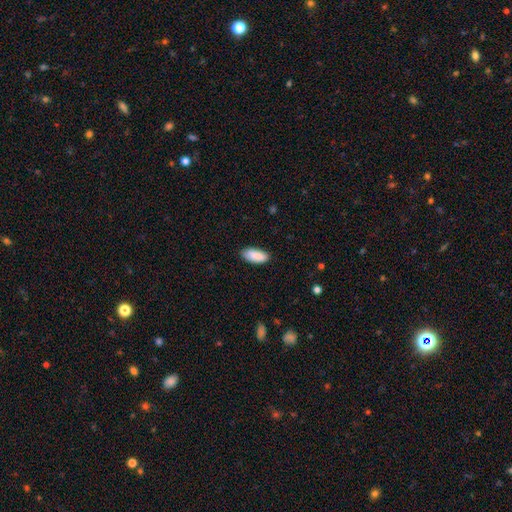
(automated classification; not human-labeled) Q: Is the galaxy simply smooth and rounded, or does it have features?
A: smooth — 90%.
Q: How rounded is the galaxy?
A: in between — 87%.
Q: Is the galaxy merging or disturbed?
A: none — 84%.